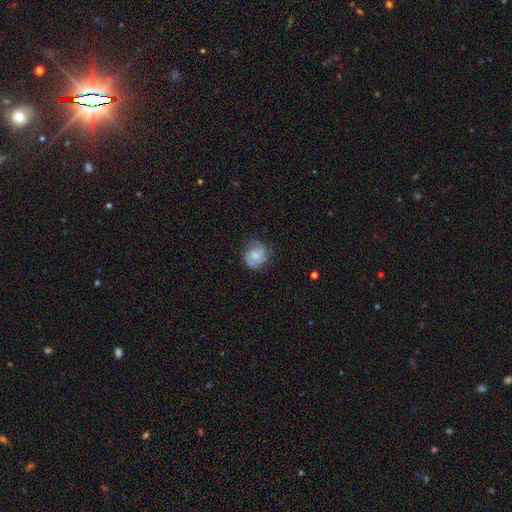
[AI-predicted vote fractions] A featured or disk galaxy (48%). Merging: none (68%).